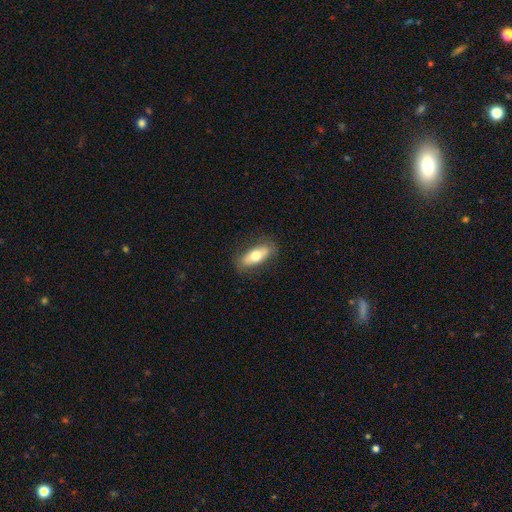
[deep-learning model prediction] This is likely a smooth galaxy (66%). How rounded: likely in between (76%). Merging: clearly none (83%).